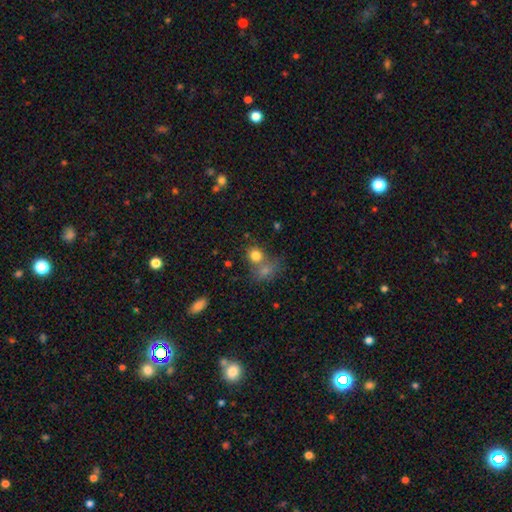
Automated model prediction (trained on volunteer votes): smooth-or-featured: smooth: 79% | star or artifact: 13% | featured or disk: 8%
  how-rounded: round: 74% | in between: 25% | cigar-shaped: 1%
  merging: none: 47% | merger: 38% | minor disturbance: 10% | major disturbance: 5%